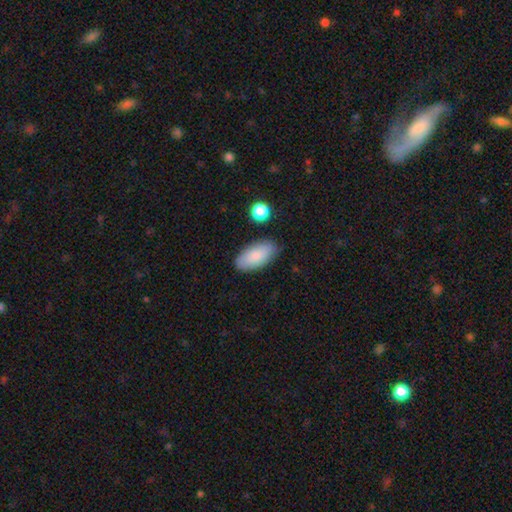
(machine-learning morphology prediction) smooth-or-featured: smooth: 84% | featured or disk: 10% | star or artifact: 6%
  how-rounded: in between: 92% | cigar-shaped: 6% | round: 2%
  merging: none: 82% | minor disturbance: 13% | major disturbance: 3% | merger: 2%